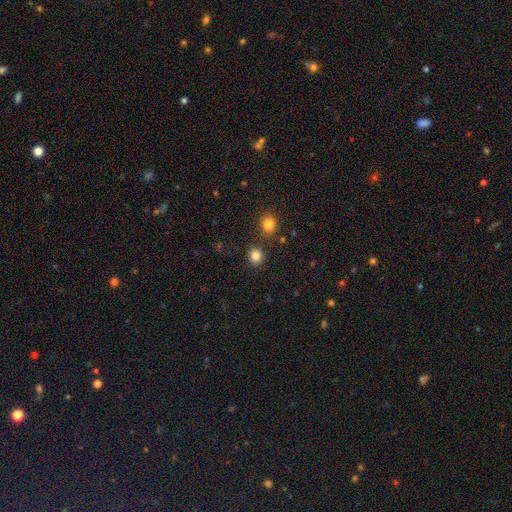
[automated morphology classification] Smooth or featured? Predicted: smooth (p=0.83). How rounded? Predicted: round (p=0.87). Merging? Predicted: none (p=0.85).